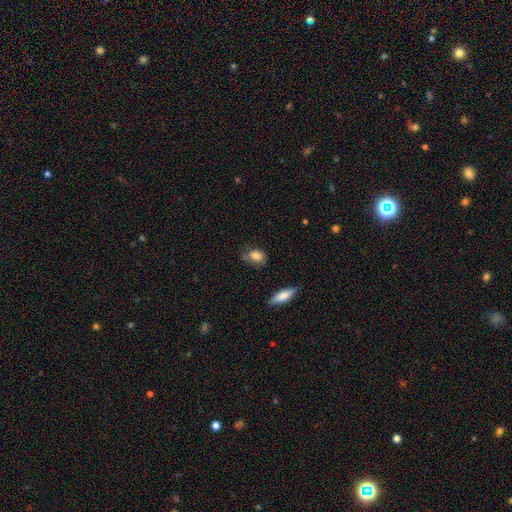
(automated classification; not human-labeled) Overall: smooth (76%). How rounded: in between (72%). Merging: none (58%; minor disturbance 30%).